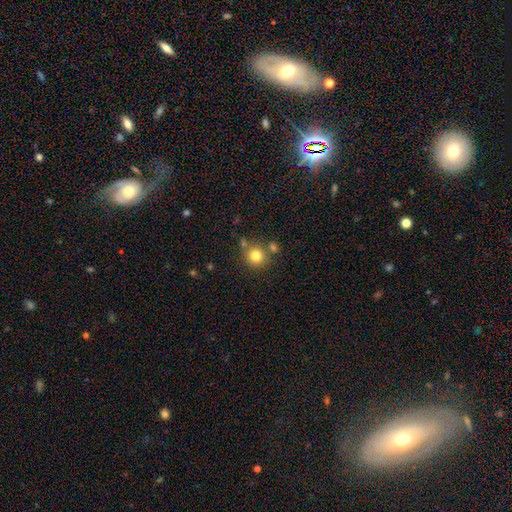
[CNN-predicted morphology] Smooth or featured?
  - smooth: 80% *
  - star or artifact: 12%
  - featured or disk: 8%
How rounded?
  - round: 91% *
  - in between: 8%
  - cigar-shaped: 1%
Merging?
  - none: 75% *
  - merger: 13%
  - minor disturbance: 9%
  - major disturbance: 3%